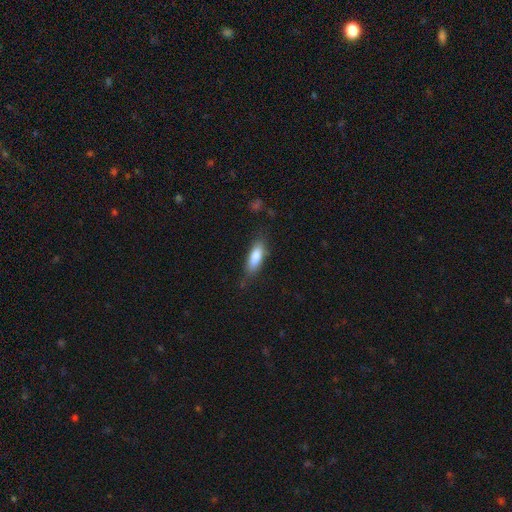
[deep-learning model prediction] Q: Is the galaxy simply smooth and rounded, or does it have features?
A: smooth — 82%.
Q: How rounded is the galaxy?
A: in between — 63%.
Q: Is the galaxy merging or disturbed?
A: none — 74%.